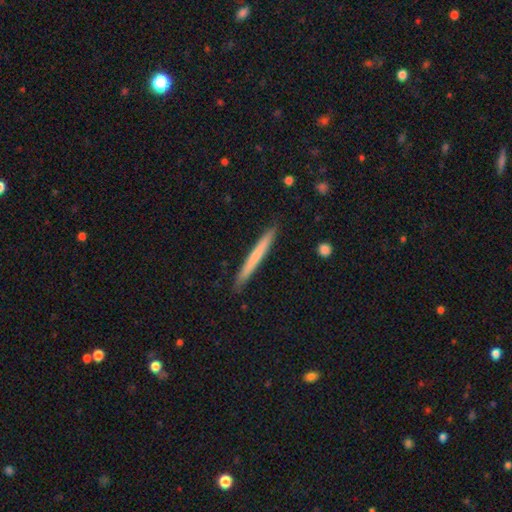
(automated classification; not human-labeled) Smooth or featured? Predicted: smooth (p=0.63). How rounded? Predicted: cigar-shaped (p=0.97). Merging? Predicted: none (p=0.91).